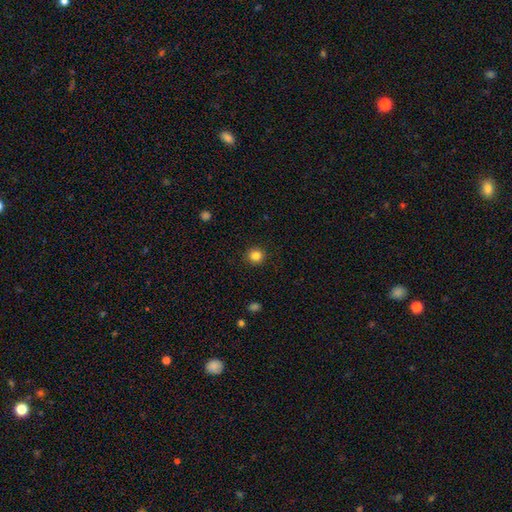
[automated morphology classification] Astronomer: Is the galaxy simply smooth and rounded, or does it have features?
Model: smooth — 83%.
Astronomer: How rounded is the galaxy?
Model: round — 93%.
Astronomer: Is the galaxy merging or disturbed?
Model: none — 92%.